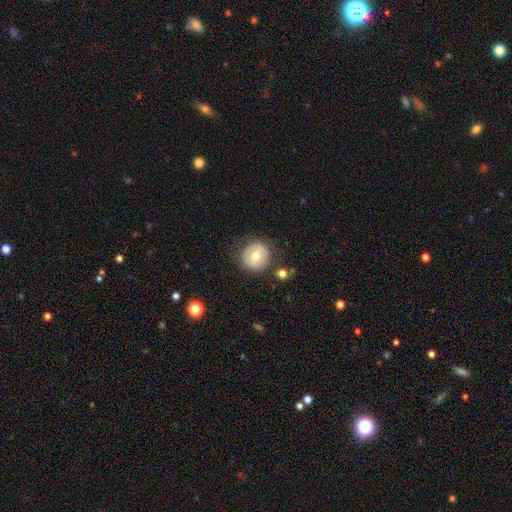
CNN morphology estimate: A smooth galaxy with no disk features (57%) that is round (94%). Merging: none (83%).